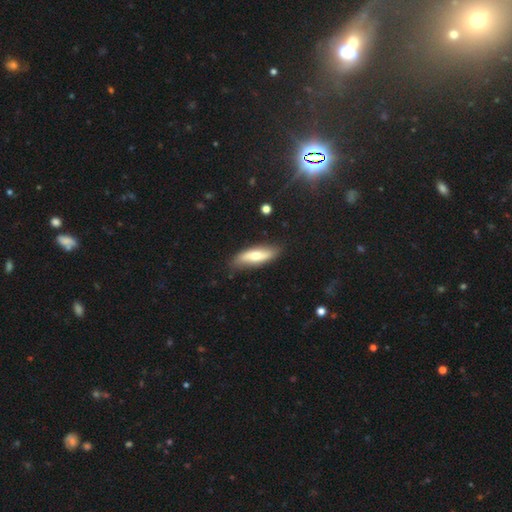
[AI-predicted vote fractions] Smooth or featured: smooth — 60% (featured or disk — 34%)
How rounded: in between — 51% (cigar-shaped — 47%)
Merging: none — 77% (minor disturbance — 18%)